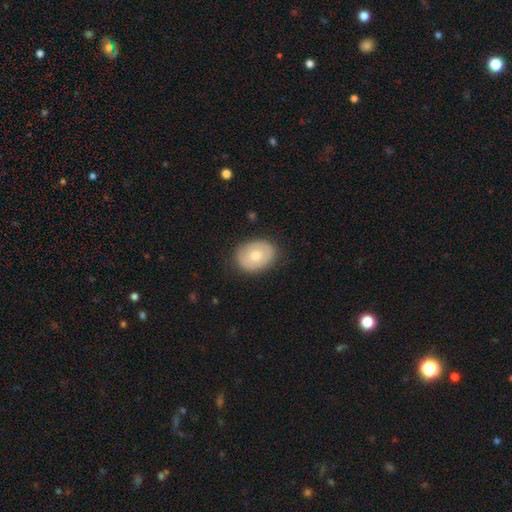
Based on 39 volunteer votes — smooth_or_featured: smooth (p=0.59) [alt: featured or disk p=0.38]
how_rounded: in between (p=0.61) [alt: round p=0.39]
merging: none (p=0.82) [alt: minor disturbance p=0.13]